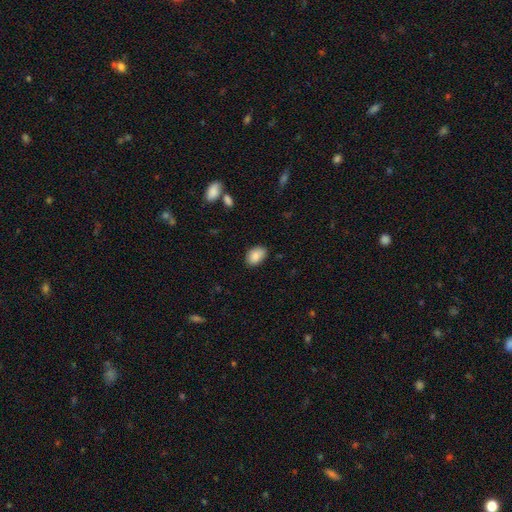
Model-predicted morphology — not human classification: The model was most divided on "merging": none: 83%, minor disturbance: 14%, major disturbance: 2%, merger: 1%. More confident: smooth or featured — smooth (87%); how rounded — in between (86%).